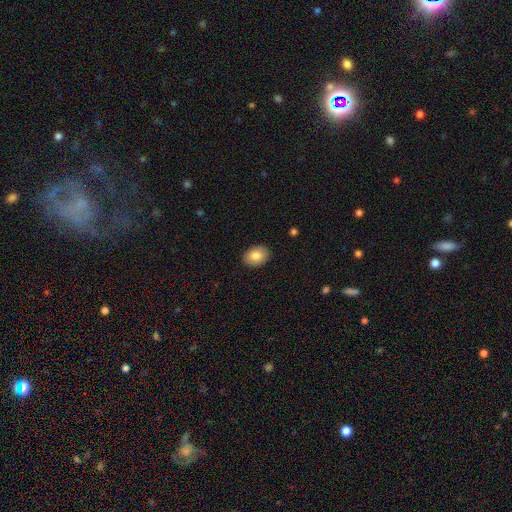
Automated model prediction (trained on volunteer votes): A smooth galaxy with no disk features (83%) that is in between round and cigar-shaped (78%).

Vote fractions:
- Smooth or featured? smooth: 83% / featured or disk: 10% / star or artifact: 7%
- How rounded? in between: 78% / round: 21% / cigar-shaped: 1%
- Merging? none: 89% / minor disturbance: 8% / major disturbance: 2% / merger: 1%